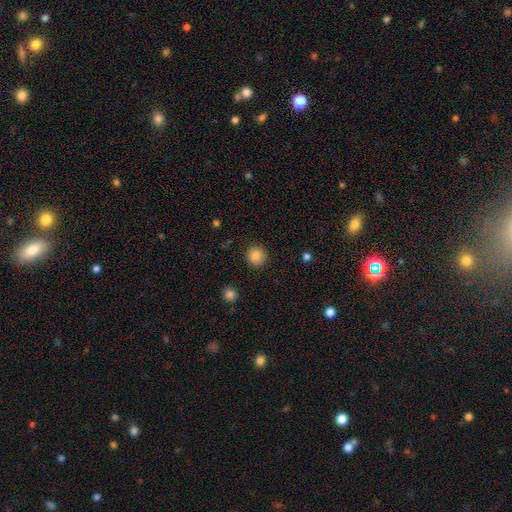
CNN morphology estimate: Smooth or featured: smooth — 84% (star or artifact — 9%)
How rounded: round — 93% (in between — 6%)
Merging: none — 90% (minor disturbance — 6%)